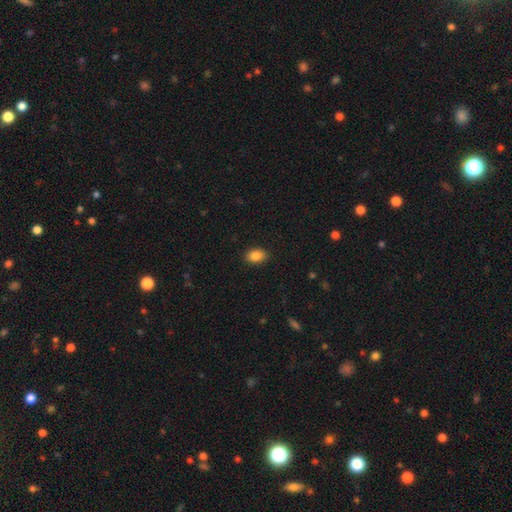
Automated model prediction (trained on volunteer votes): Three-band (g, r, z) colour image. It shows a smooth galaxy with no disk features (87%) that is in between round and cigar-shaped (81%). Merging: none (89%).